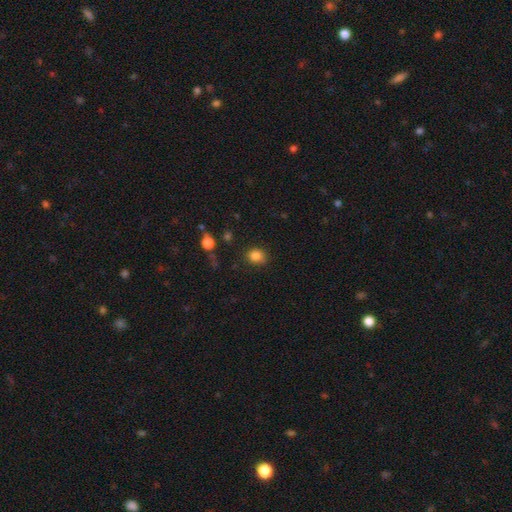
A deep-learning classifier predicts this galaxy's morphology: Smooth or featured? Predicted: smooth (p=0.84). How rounded? Predicted: round (p=0.64). Merging? Predicted: none (p=0.82).